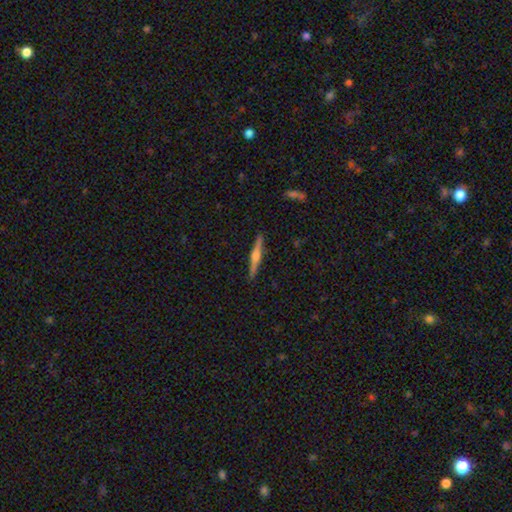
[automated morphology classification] featured or disk 71%, smooth 23%, star or artifact 6%. Down the decision tree: edge-on disk — yes (98%); edge-on bulge — rounded (87%); merging — none (91%).